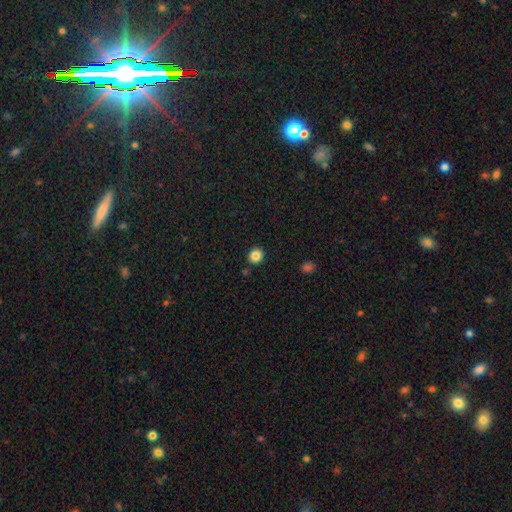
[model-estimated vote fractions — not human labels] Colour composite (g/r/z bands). It shows a smooth galaxy with no disk features (85%) that is round (88%). Merging: none (88%).